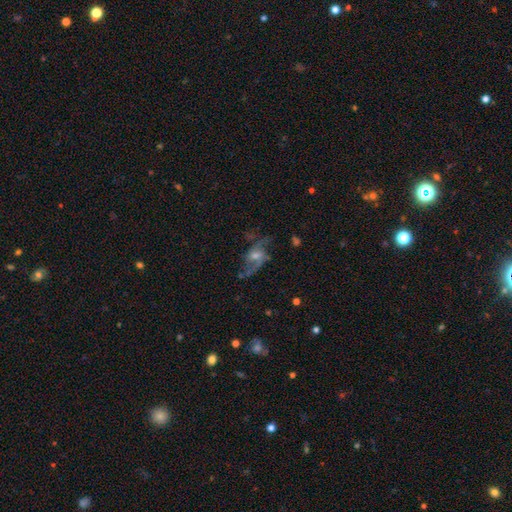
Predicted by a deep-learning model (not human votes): Smooth or featured? Predicted: featured or disk (p=0.75). Edge-on disk? Predicted: no (p=0.94). Bar? Predicted: no (p=0.46). Spiral arms? Predicted: yes (p=0.87). Spiral winding? Predicted: loose (p=0.56). Spiral arm count? Predicted: 2 (p=0.73). Bulge size? Predicted: small (p=0.45). Merging? Predicted: none (p=0.60).